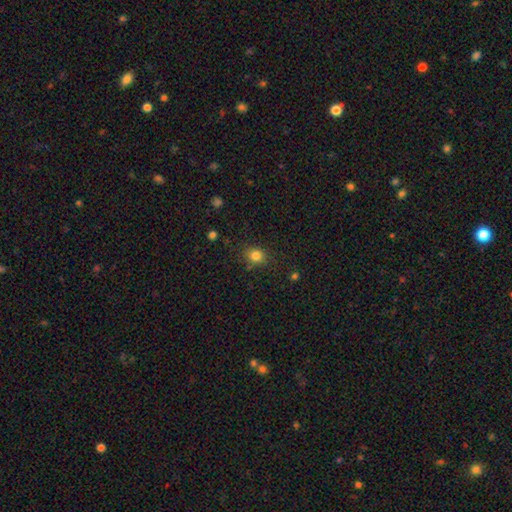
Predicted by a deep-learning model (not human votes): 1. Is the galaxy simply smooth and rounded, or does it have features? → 83% smooth, 12% star or artifact, 5% featured or disk.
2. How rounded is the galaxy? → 71% round, 28% in between, 1% cigar-shaped.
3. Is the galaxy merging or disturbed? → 83% none, 12% minor disturbance, 3% major disturbance, 2% merger.